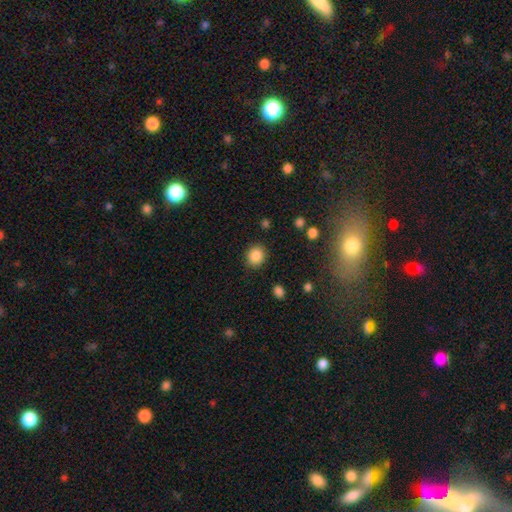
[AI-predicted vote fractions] smooth-or-featured: smooth: 87% | star or artifact: 9% | featured or disk: 4%
  how-rounded: round: 79% | in between: 20% | cigar-shaped: 1%
  merging: none: 87% | minor disturbance: 8% | major disturbance: 3% | merger: 2%